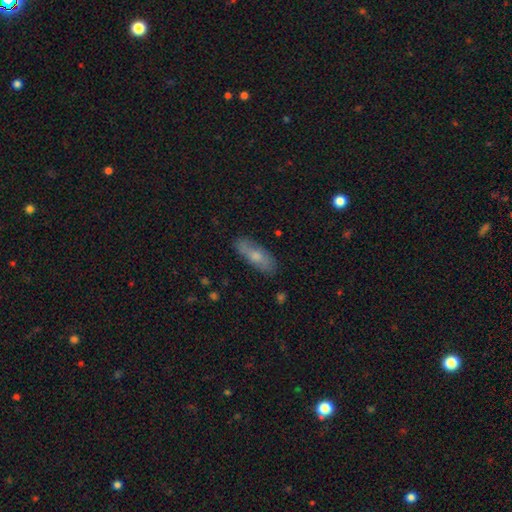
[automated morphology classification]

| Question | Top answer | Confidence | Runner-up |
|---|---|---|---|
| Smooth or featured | smooth | 66% | featured or disk (27%) |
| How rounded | in between | 57% | cigar-shaped (40%) |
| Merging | none | 82% | minor disturbance (14%) |